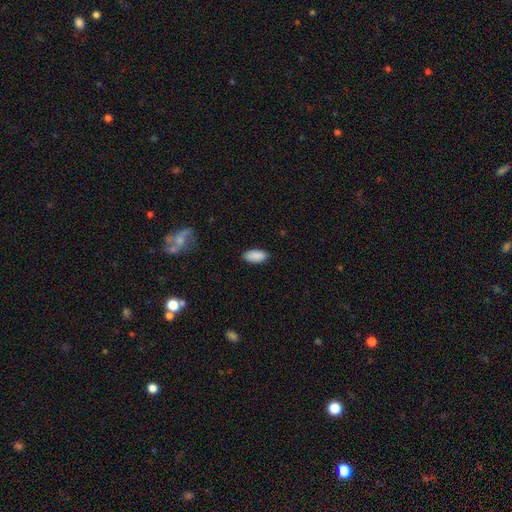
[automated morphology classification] Smooth or featured: smooth — 89% (star or artifact — 7%)
How rounded: in between — 93% (cigar-shaped — 5%)
Merging: none — 86% (minor disturbance — 11%)